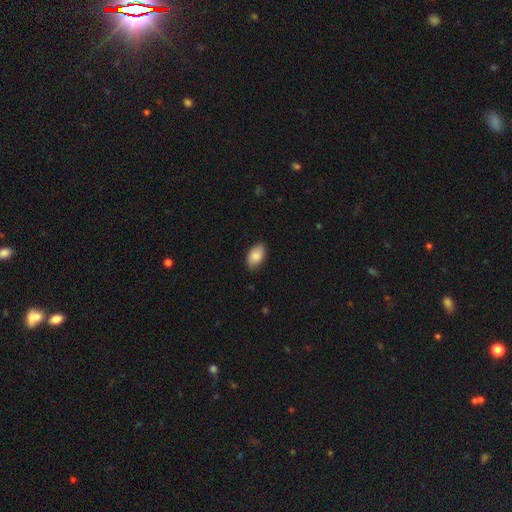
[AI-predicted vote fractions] The model was most divided on "merging": none: 85%, minor disturbance: 11%, major disturbance: 2%, merger: 1%. More confident: how rounded — in between (93%); smooth or featured — smooth (86%).